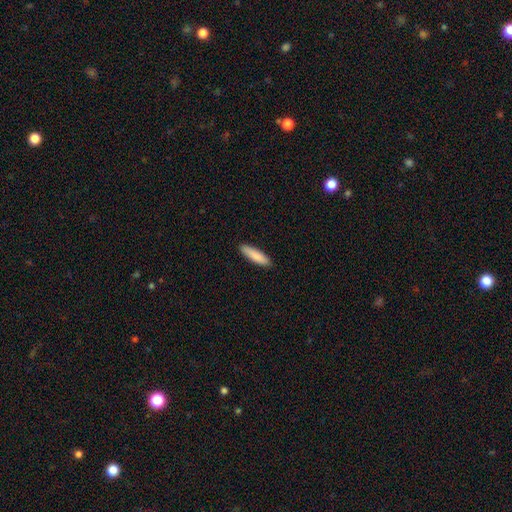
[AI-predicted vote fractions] Smooth or featured? Predicted: smooth (p=0.87). How rounded? Predicted: cigar-shaped (p=0.72). Merging? Predicted: none (p=0.89).